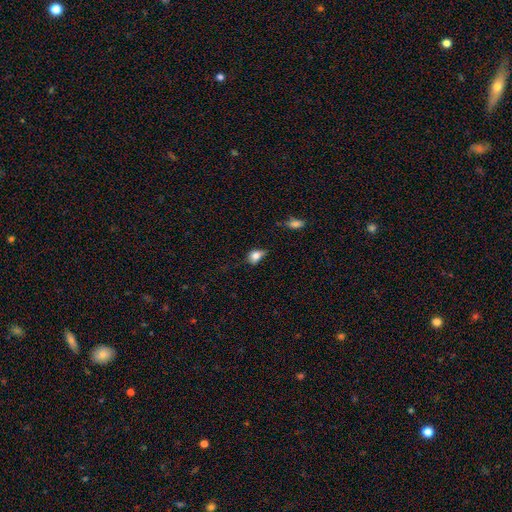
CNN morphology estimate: smooth-or-featured: smooth: 81% | featured or disk: 10% | star or artifact: 9%
  how-rounded: in between: 70% | round: 28% | cigar-shaped: 2%
  merging: none: 43% | minor disturbance: 40% | major disturbance: 13% | merger: 3%